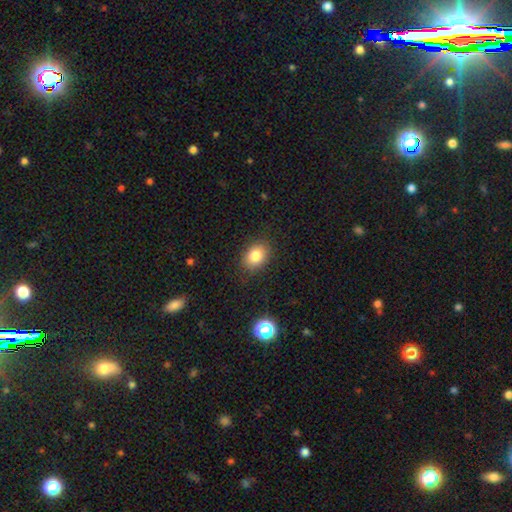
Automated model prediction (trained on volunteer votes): A smooth galaxy with no disk features (82%) that is in between round and cigar-shaped (65%). Merging: none (85%).